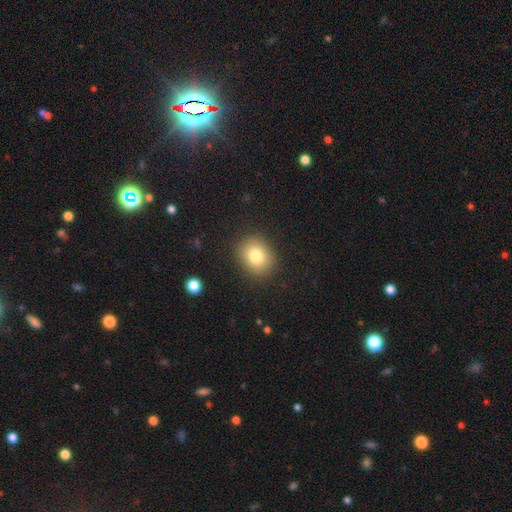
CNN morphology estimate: smooth 81%, star or artifact 10%, featured or disk 9%. Down the decision tree: how rounded — round (56%); merging — none (87%).